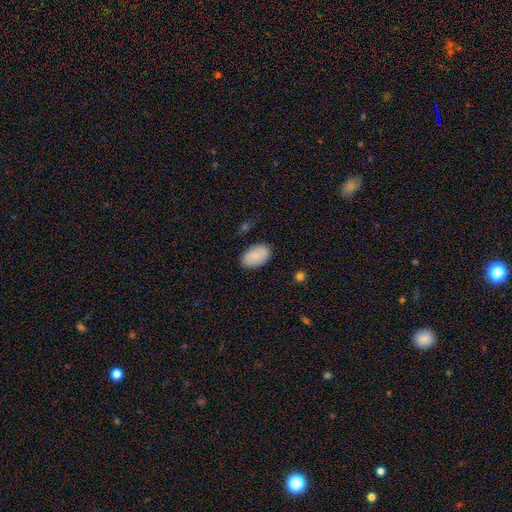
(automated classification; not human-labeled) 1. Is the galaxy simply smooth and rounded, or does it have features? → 82% smooth, 12% featured or disk, 6% star or artifact.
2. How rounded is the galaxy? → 93% in between, 6% round, 1% cigar-shaped.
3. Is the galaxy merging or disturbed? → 83% none, 13% minor disturbance, 3% major disturbance, 2% merger.